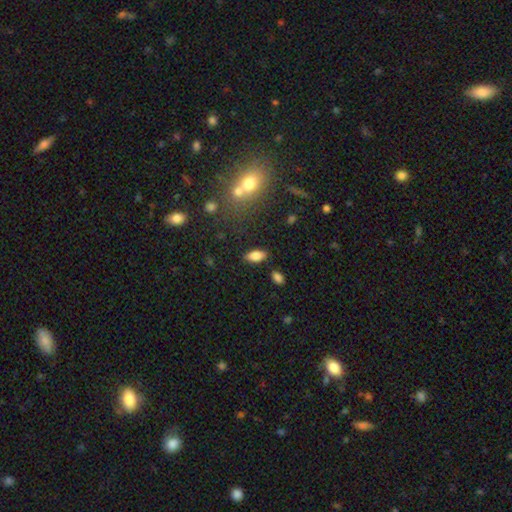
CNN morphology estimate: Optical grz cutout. It shows a smooth galaxy with no disk features (82%) that is in between round and cigar-shaped (89%). Merging: none (85%).